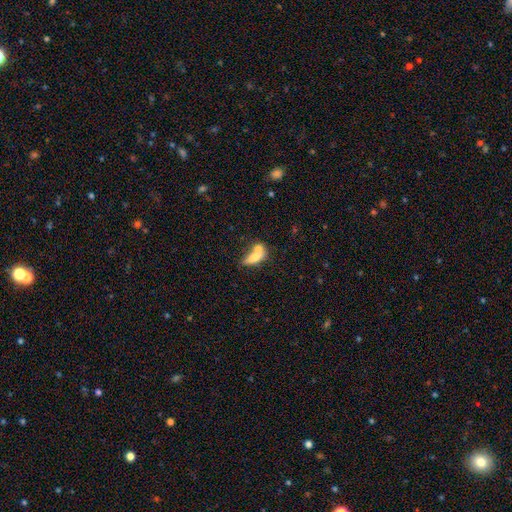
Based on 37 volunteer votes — Overall: smooth (59%; featured or disk 41%). How rounded: in between (68%). Merging: merger (54%; none 27%).